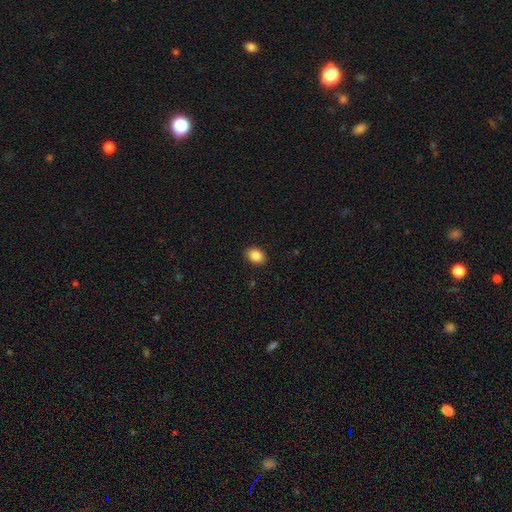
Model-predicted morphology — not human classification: smooth_or_featured: smooth (p=0.87) [alt: star or artifact p=0.09]
how_rounded: in between (p=0.63) [alt: round p=0.36]
merging: none (p=0.89) [alt: minor disturbance p=0.08]